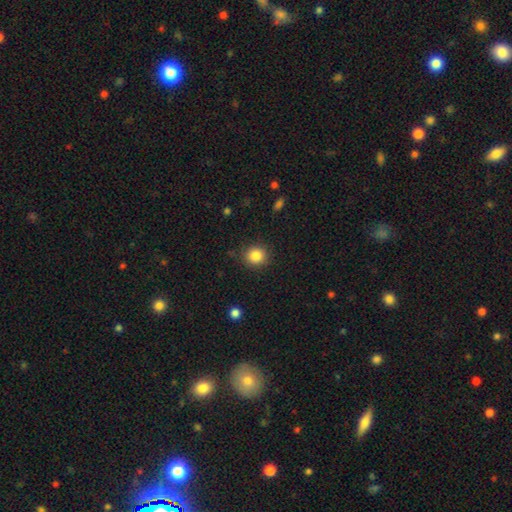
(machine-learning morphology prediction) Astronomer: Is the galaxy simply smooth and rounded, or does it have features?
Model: smooth — 85%.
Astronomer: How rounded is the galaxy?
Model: round — 88%.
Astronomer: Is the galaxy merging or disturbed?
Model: none — 88%.